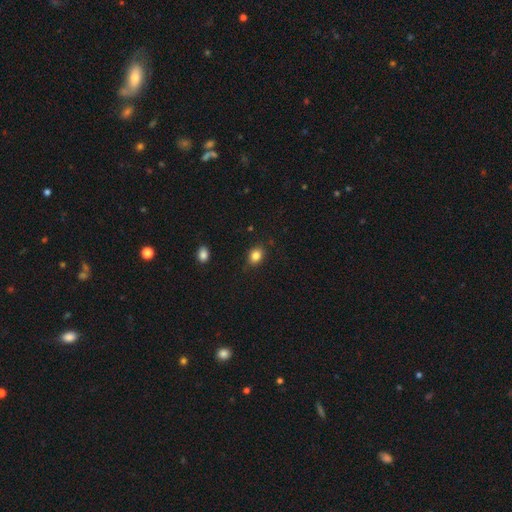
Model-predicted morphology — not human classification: Smooth or featured? smooth (84%)
How rounded? in between (55%)
Merging? none (84%)